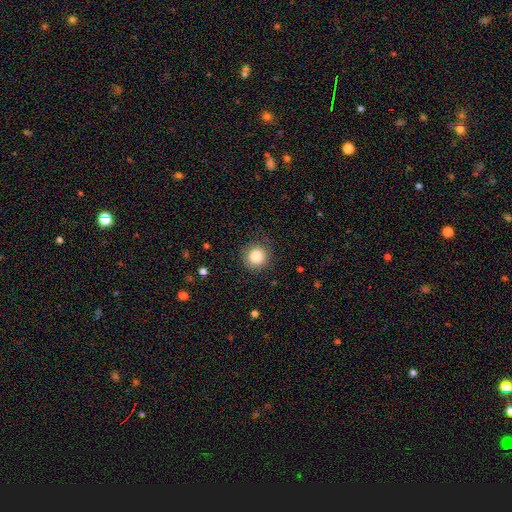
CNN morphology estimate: Q: Smooth or featured?
A: smooth (83%); runner-up: star or artifact (10%)
Q: How rounded?
A: round (94%); runner-up: in between (5%)
Q: Merging?
A: none (87%); runner-up: minor disturbance (9%)